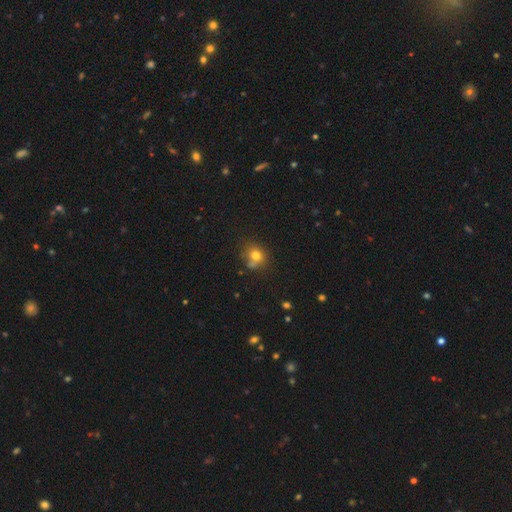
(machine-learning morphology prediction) Q: Smooth or featured?
A: smooth (75%); runner-up: star or artifact (14%)
Q: How rounded?
A: round (70%); runner-up: in between (29%)
Q: Merging?
A: none (57%); runner-up: minor disturbance (19%)